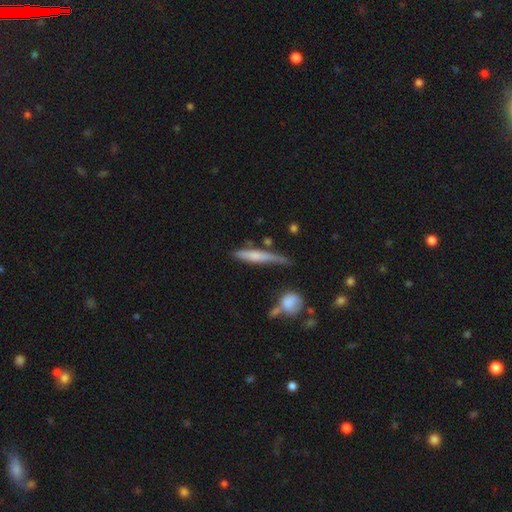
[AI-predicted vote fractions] Smooth or featured: smooth — 58% (featured or disk — 35%)
How rounded: cigar-shaped — 88% (in between — 10%)
Merging: none — 52% (minor disturbance — 28%)